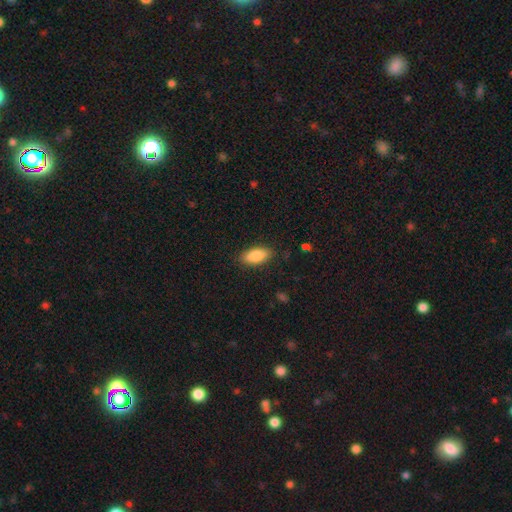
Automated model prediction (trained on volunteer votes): Smooth or featured?
  - smooth: 87% *
  - featured or disk: 7%
  - star or artifact: 6%
How rounded?
  - in between: 86% *
  - cigar-shaped: 12%
  - round: 2%
Merging?
  - none: 86% *
  - minor disturbance: 10%
  - major disturbance: 3%
  - merger: 1%